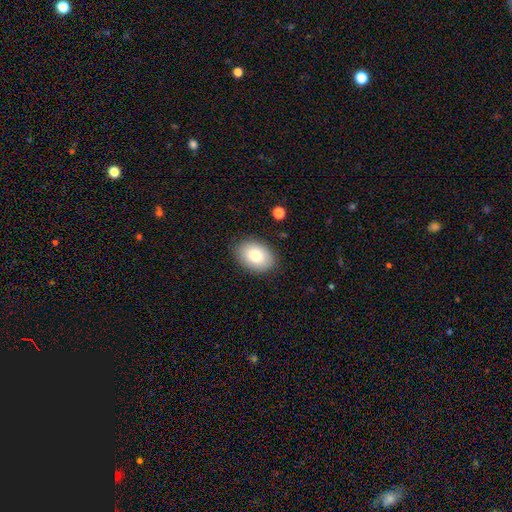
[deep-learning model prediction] A smooth galaxy with no disk features (82%) that is in between round and cigar-shaped (79%).

Vote fractions:
- Smooth or featured? smooth: 82% / featured or disk: 11% / star or artifact: 7%
- How rounded? in between: 79% / round: 20% / cigar-shaped: 1%
- Merging? none: 86% / minor disturbance: 10% / major disturbance: 3% / merger: 1%